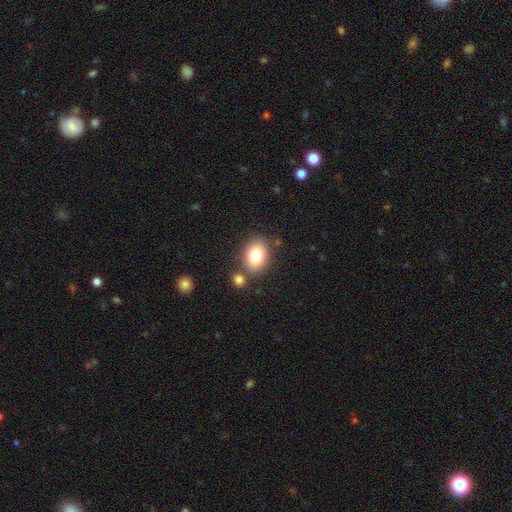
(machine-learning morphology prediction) smooth 81%, featured or disk 10%, star or artifact 9%. Down the decision tree: how rounded — in between (66%); merging — none (74%).